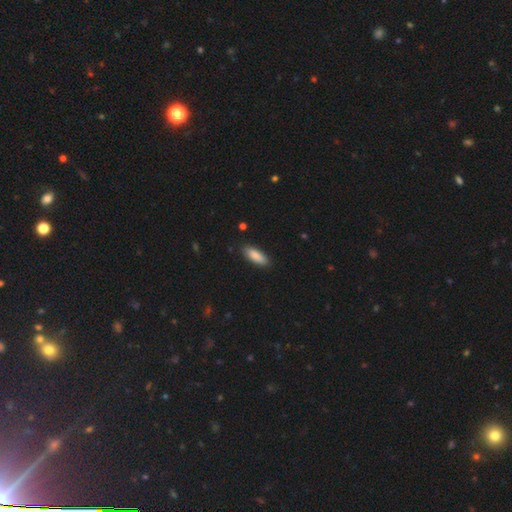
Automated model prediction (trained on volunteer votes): Smooth or featured: smooth — 87% (featured or disk — 7%)
How rounded: in between — 66% (cigar-shaped — 33%)
Merging: none — 88% (minor disturbance — 9%)